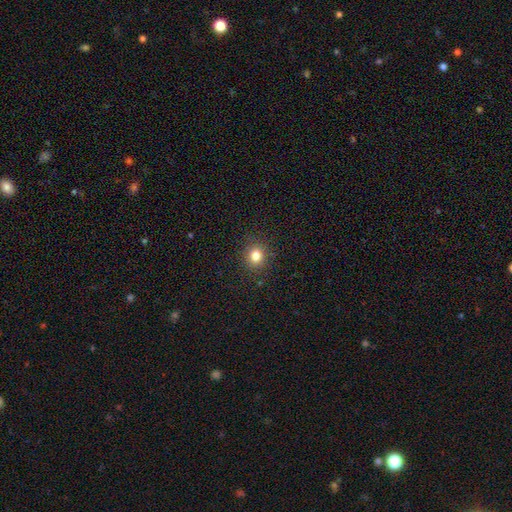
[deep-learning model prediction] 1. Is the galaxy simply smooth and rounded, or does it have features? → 80% smooth, 13% star or artifact, 6% featured or disk.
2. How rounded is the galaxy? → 82% round, 17% in between, 1% cigar-shaped.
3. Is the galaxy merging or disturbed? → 89% none, 7% minor disturbance, 2% major disturbance, 1% merger.